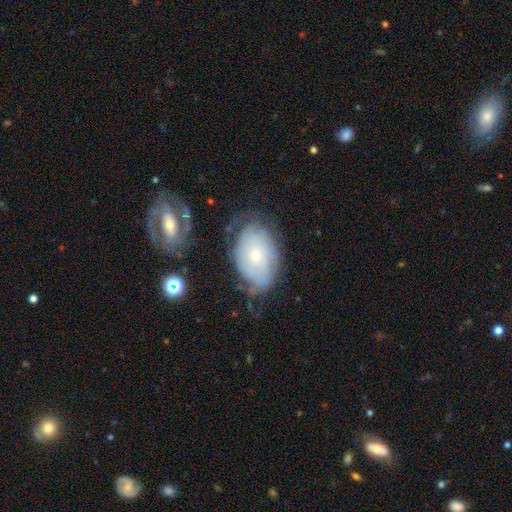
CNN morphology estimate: Q: Smooth or featured?
A: smooth (46%); runner-up: featured or disk (45%)
Q: Merging?
A: none (59%); runner-up: minor disturbance (26%)